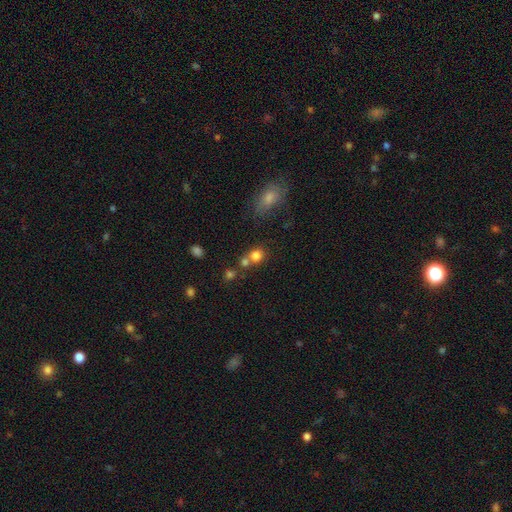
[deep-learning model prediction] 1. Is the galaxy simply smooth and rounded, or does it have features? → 79% smooth, 13% star or artifact, 8% featured or disk.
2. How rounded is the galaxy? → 78% round, 21% in between, 1% cigar-shaped.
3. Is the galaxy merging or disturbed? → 51% none, 36% merger, 9% minor disturbance, 4% major disturbance.